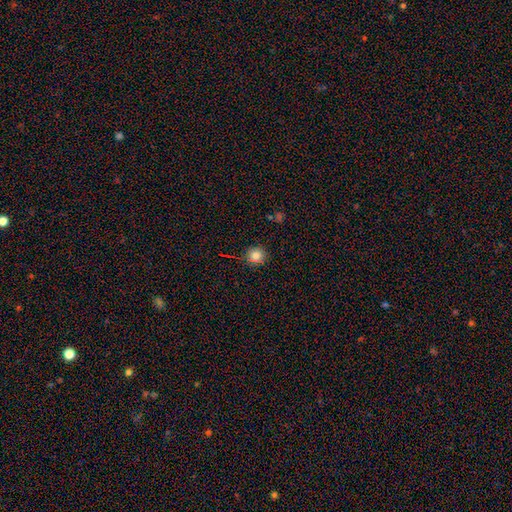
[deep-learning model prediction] Smooth or featured? Predicted: smooth (p=0.76). How rounded? Predicted: round (p=0.91). Merging? Predicted: none (p=0.85).